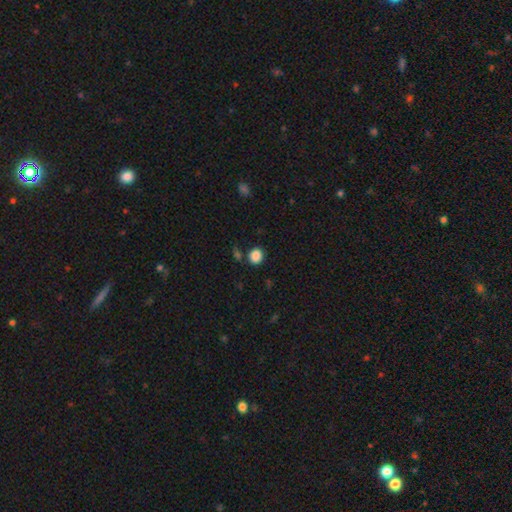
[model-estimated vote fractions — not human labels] Smooth or featured: smooth — 87% (star or artifact — 10%)
How rounded: round — 73% (in between — 26%)
Merging: none — 77% (minor disturbance — 12%)